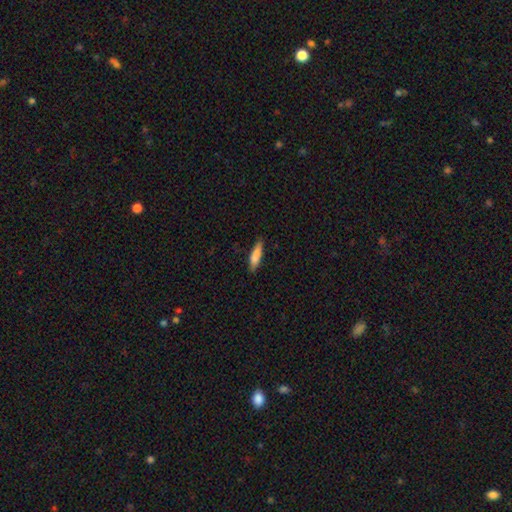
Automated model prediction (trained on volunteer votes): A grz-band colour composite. It shows a smooth galaxy with no disk features (81%) that is cigar-shaped (74%). Merging: none (82%).